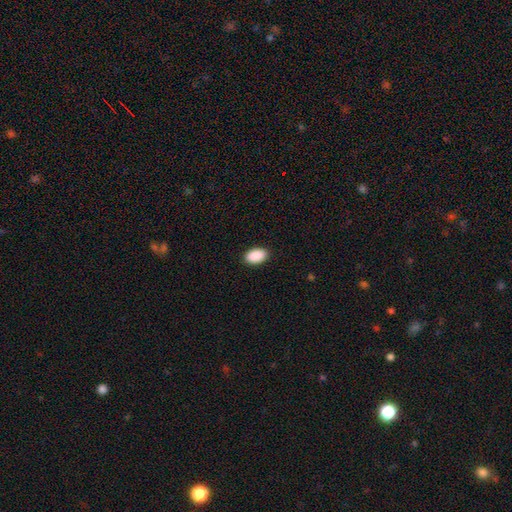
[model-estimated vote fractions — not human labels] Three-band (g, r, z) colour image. It shows a smooth galaxy with no disk features (91%) that is in between round and cigar-shaped (94%). Merging: none (90%).